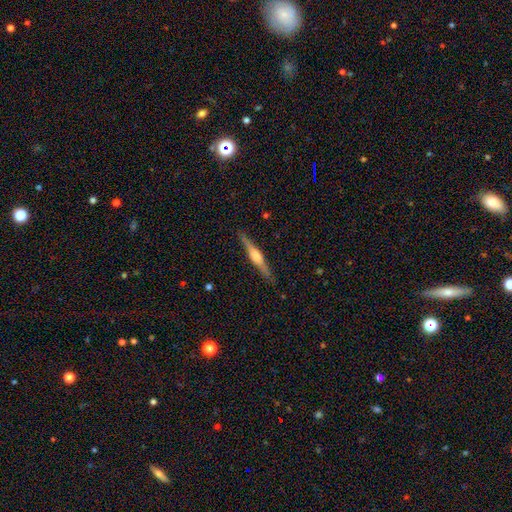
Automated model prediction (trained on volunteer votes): Smooth or featured: featured or disk — 74% (smooth — 21%)
Edge-on disk: yes — 98% (no — 2%)
Edge-on bulge: rounded — 73% (boxy — 21%)
Merging: none — 90% (minor disturbance — 8%)